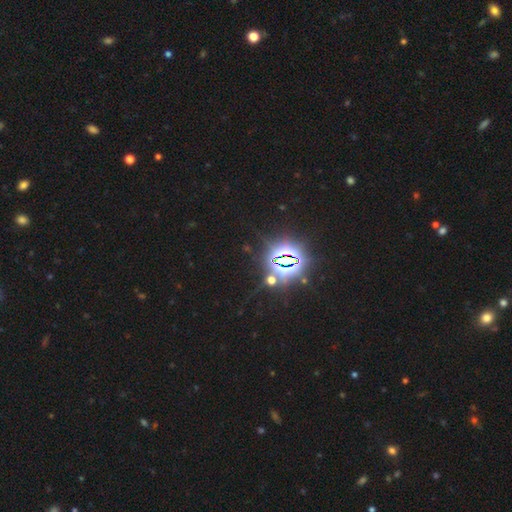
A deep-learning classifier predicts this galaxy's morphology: Overall: star or artifact (87%).